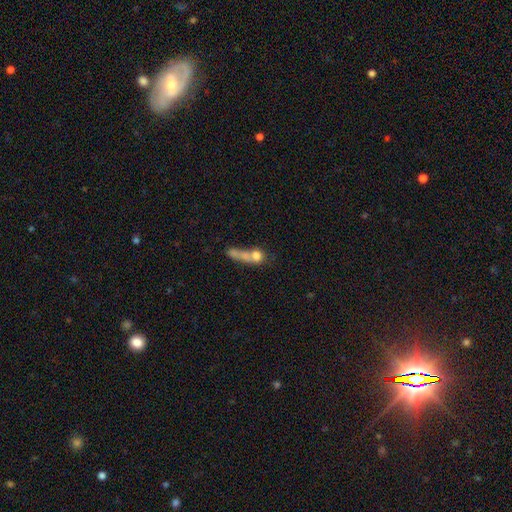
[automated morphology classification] Q: Smooth or featured?
A: smooth (50%); runner-up: featured or disk (30%)
Q: Merging?
A: merger (42%); runner-up: none (30%)